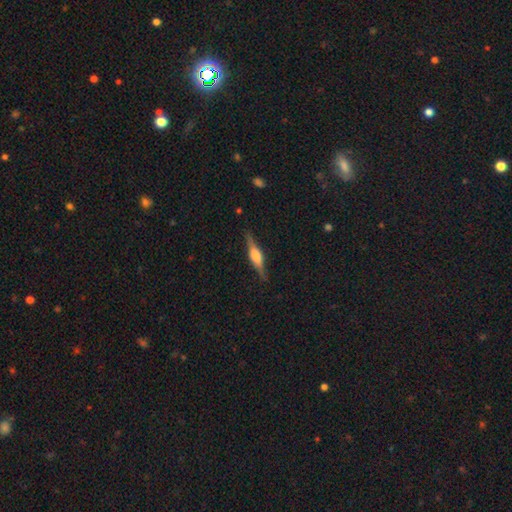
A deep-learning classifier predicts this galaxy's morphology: type=featured or disk (74%); edge-on=yes (98%); edge-on bulge=rounded (79%); merging=none (88%).